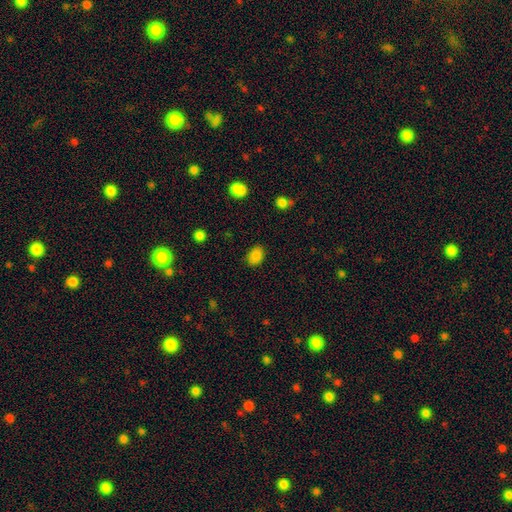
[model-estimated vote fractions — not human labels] Morphology: type=smooth (85%); roundness=in between (76%); merging=none (83%).